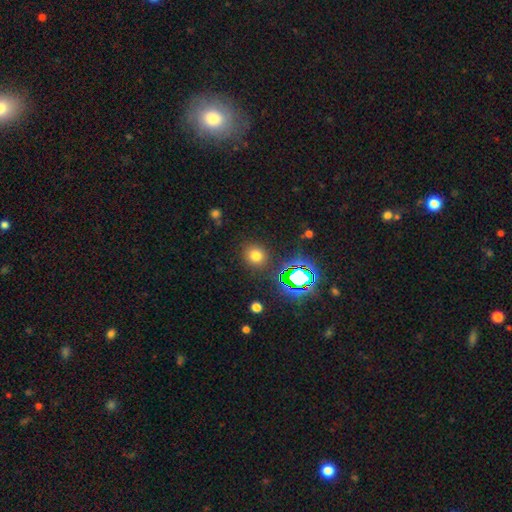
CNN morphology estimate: type=smooth (71%); roundness=round (85%); merging=none (87%).